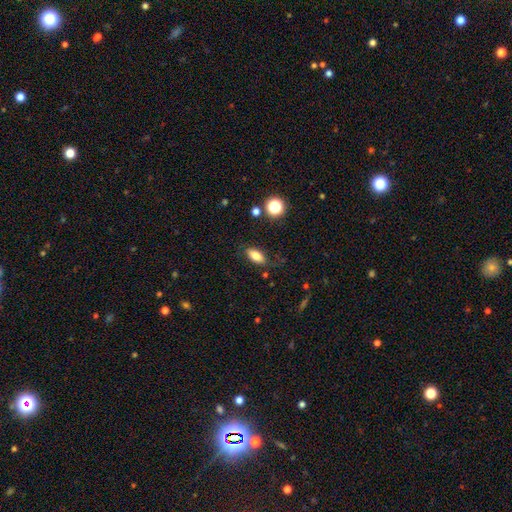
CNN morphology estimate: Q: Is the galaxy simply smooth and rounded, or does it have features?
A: smooth — 79%.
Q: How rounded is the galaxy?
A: in between — 84%.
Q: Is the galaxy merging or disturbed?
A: none — 78%.